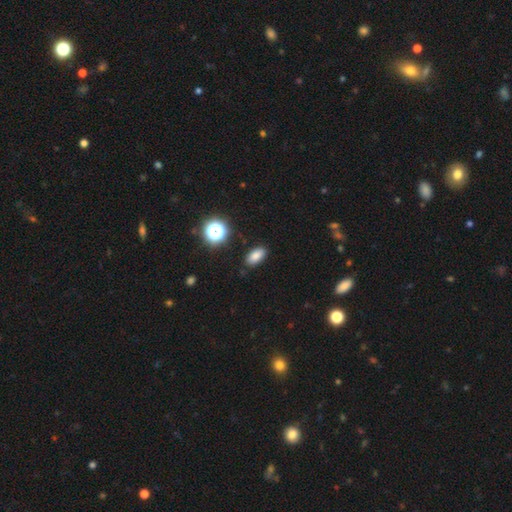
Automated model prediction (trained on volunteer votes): A smooth galaxy with no disk features (81%) that is in between round and cigar-shaped (89%).

Vote fractions:
- Smooth or featured? smooth: 81% / star or artifact: 13% / featured or disk: 6%
- How rounded? in between: 89% / round: 7% / cigar-shaped: 4%
- Merging? none: 86% / minor disturbance: 10% / major disturbance: 2% / merger: 2%